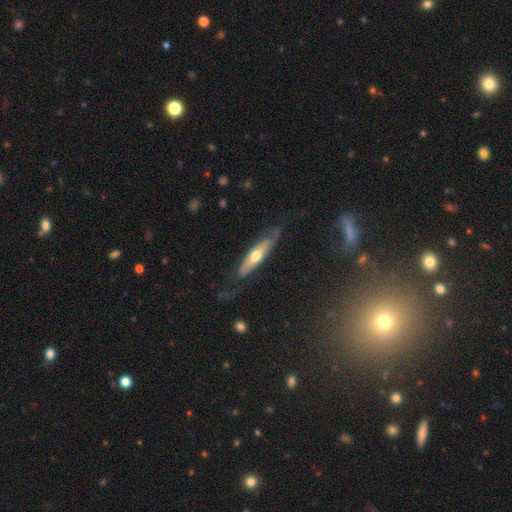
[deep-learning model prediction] The model was most divided on "smooth or featured": featured or disk: 55%, smooth: 39%, star or artifact: 5%. More confident: edge-on disk — yes (63%); merging — none (63%).